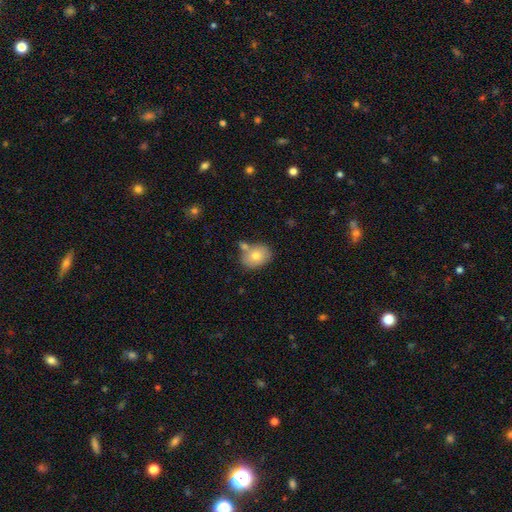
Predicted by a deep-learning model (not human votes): smooth 76%, featured or disk 16%, star or artifact 8%. Down the decision tree: how rounded — in between (66%); merging — none (58%).